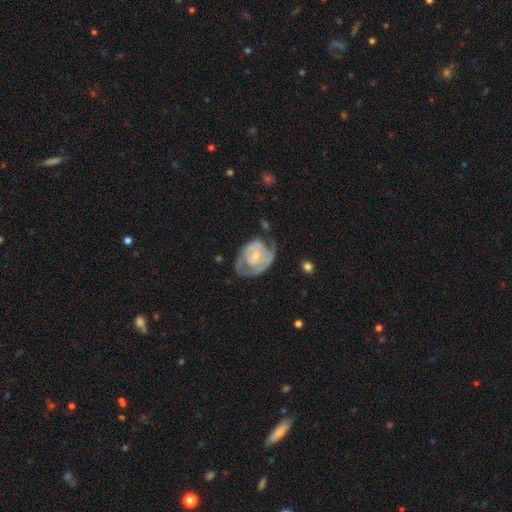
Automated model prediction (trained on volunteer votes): Smooth or featured: featured or disk — 79% (smooth — 17%)
Edge-on disk: no — 97% (yes — 3%)
Bar: no — 61% (weak — 33%)
Spiral arms: yes — 86% (no — 14%)
Spiral winding: tight — 54% (medium — 33%)
Spiral arm count: 2 — 48% (can't tell — 28%)
Bulge size: small — 60% (moderate — 31%)
Merging: none — 48% (minor disturbance — 27%)